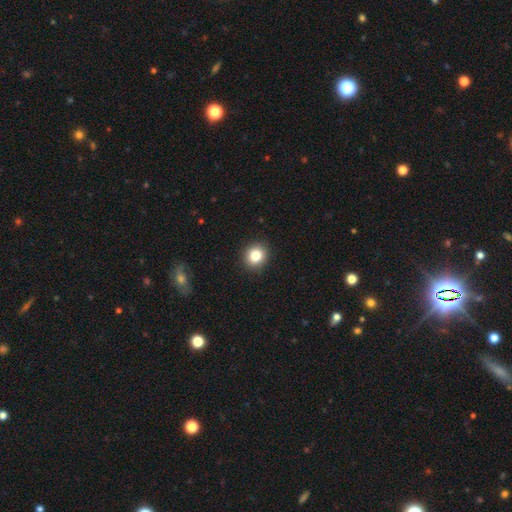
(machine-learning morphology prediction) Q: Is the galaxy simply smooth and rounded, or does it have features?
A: smooth — 82%.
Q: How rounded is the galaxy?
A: round — 84%.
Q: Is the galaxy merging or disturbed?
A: none — 92%.